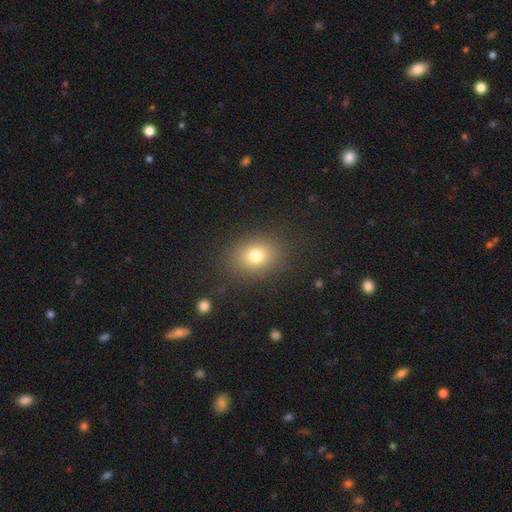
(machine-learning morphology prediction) Smooth or featured: smooth — 77% (star or artifact — 13%)
How rounded: in between — 56% (round — 43%)
Merging: none — 85% (minor disturbance — 9%)